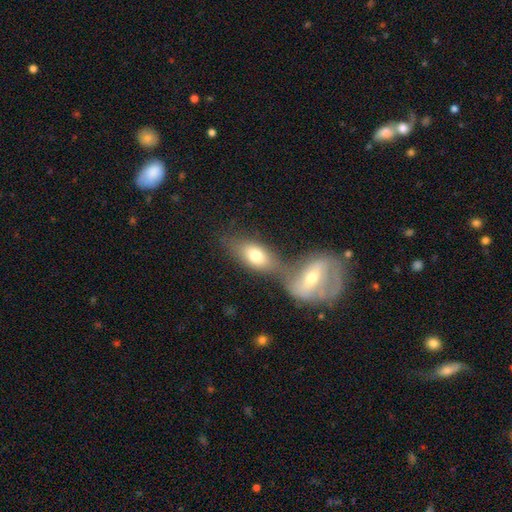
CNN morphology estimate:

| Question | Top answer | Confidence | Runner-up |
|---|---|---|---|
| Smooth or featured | smooth | 72% | featured or disk (21%) |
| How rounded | in between | 83% | round (9%) |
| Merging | merger | 54% | none (32%) |